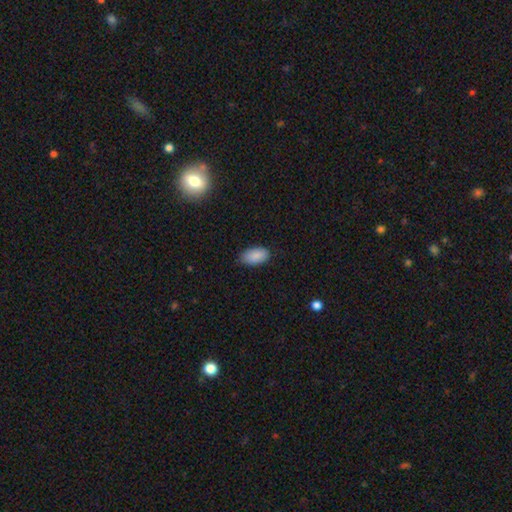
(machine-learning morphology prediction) Q: Smooth or featured?
A: smooth (89%); runner-up: star or artifact (7%)
Q: How rounded?
A: in between (95%); runner-up: round (3%)
Q: Merging?
A: none (80%); runner-up: minor disturbance (17%)